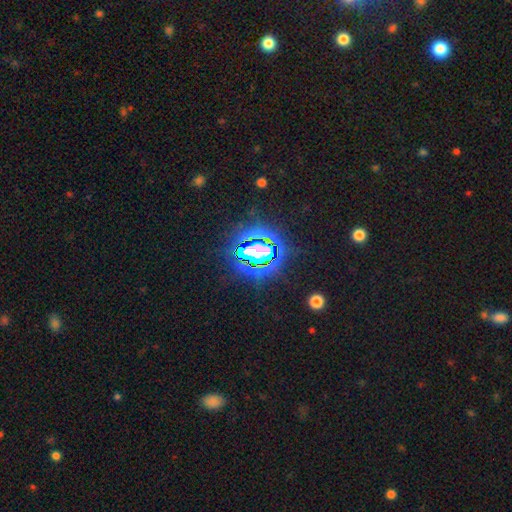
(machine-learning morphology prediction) Smooth or featured?
  - star or artifact: 80% *
  - smooth: 12%
  - featured or disk: 8%